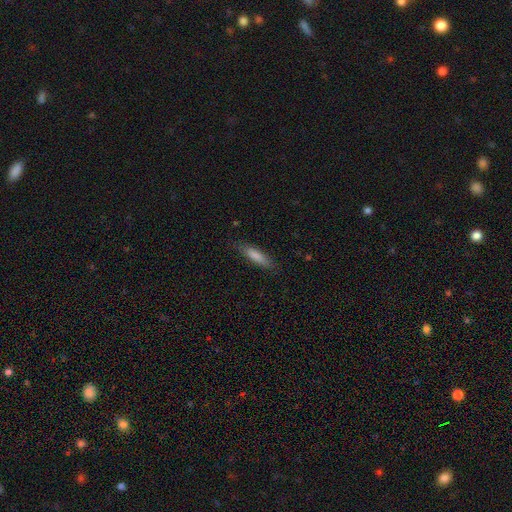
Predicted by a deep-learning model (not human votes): This appears to be a smooth galaxy with no disk features (82%) that is cigar-shaped (69%). Merging: none (82%).